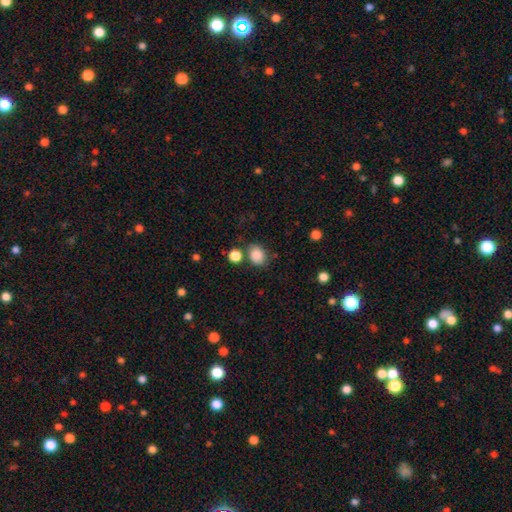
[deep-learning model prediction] Smooth or featured: smooth — 87% (star or artifact — 9%)
How rounded: round — 50% (in between — 49%)
Merging: none — 73% (minor disturbance — 13%)